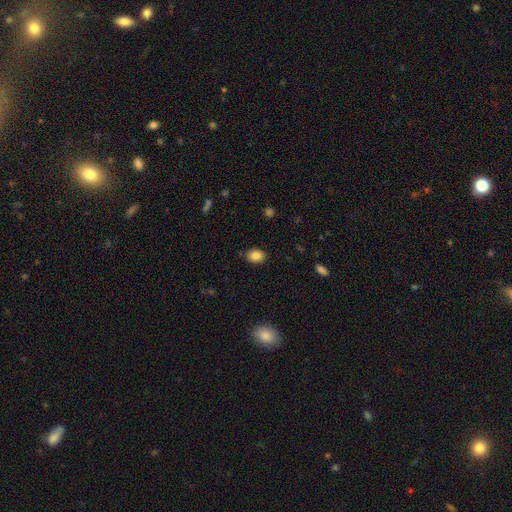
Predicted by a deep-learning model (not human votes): This appears to be a smooth galaxy with no disk features (85%) that is in between round and cigar-shaped (73%). Merging: none (86%).